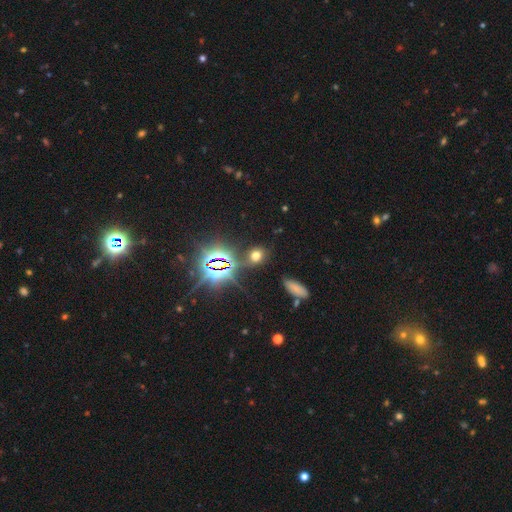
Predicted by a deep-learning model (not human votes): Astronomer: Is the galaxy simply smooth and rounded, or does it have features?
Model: smooth — 54% (runner-up: star or artifact, 38%).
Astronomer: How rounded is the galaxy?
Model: round — 57% (runner-up: in between, 40%).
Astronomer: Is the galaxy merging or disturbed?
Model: none — 78%.